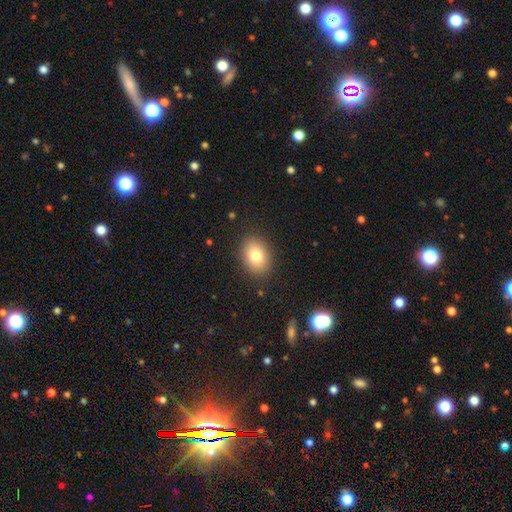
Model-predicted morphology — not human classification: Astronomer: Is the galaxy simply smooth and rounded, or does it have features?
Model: smooth — 79%.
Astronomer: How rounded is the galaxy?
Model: in between — 70%.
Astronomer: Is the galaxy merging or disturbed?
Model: none — 87%.